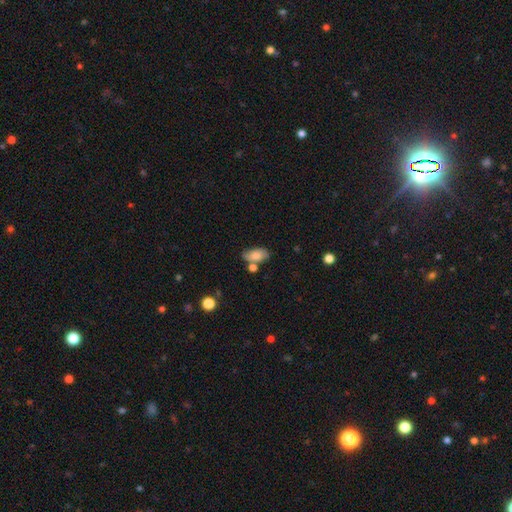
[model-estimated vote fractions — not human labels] Q: Smooth or featured?
A: smooth (78%); runner-up: featured or disk (14%)
Q: How rounded?
A: in between (91%); runner-up: round (5%)
Q: Merging?
A: none (59%); runner-up: minor disturbance (19%)